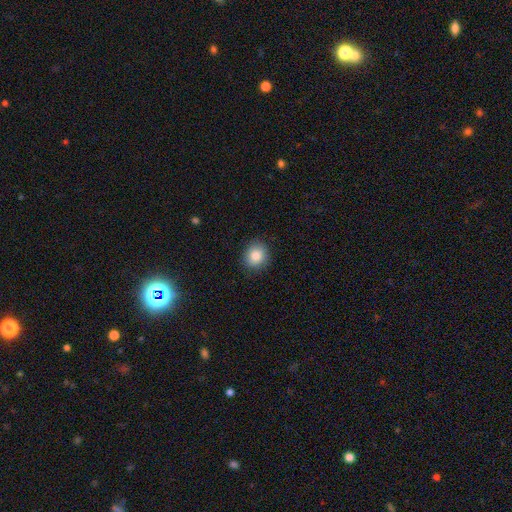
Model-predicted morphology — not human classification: Smooth or featured? smooth (84%)
How rounded? round (76%)
Merging? none (89%)